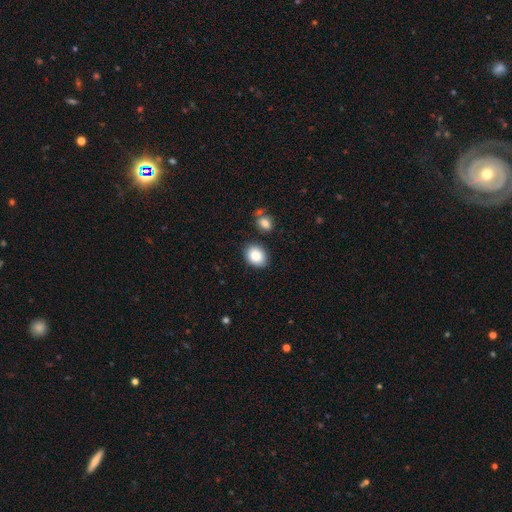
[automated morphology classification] type=smooth (85%); roundness=in between (56%); merging=none (82%).